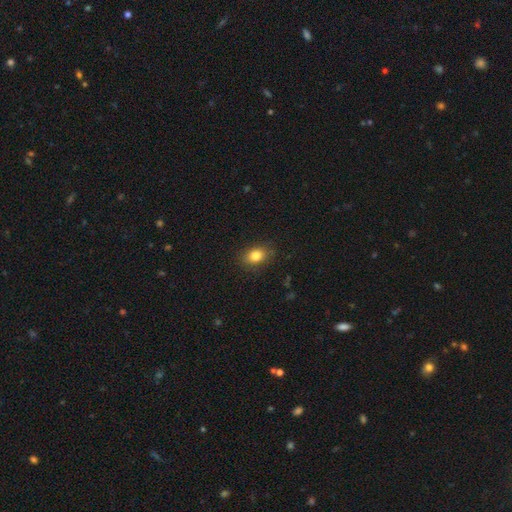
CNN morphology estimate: Overall: smooth (83%). How rounded: in between (72%). Merging: none (84%).